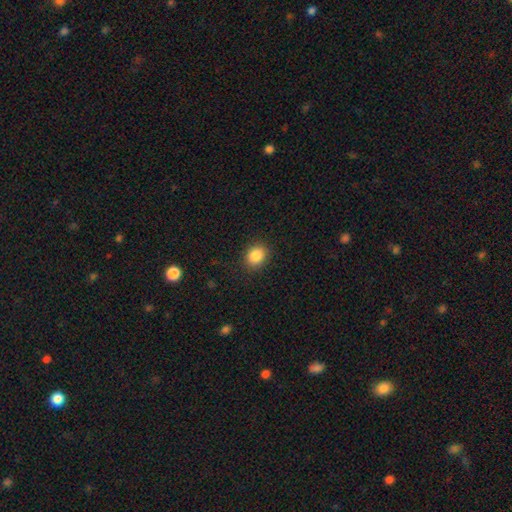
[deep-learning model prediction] smooth-or-featured: smooth: 86% | star or artifact: 9% | featured or disk: 4%
  how-rounded: round: 62% | in between: 37% | cigar-shaped: 1%
  merging: none: 89% | minor disturbance: 8% | major disturbance: 3% | merger: 1%